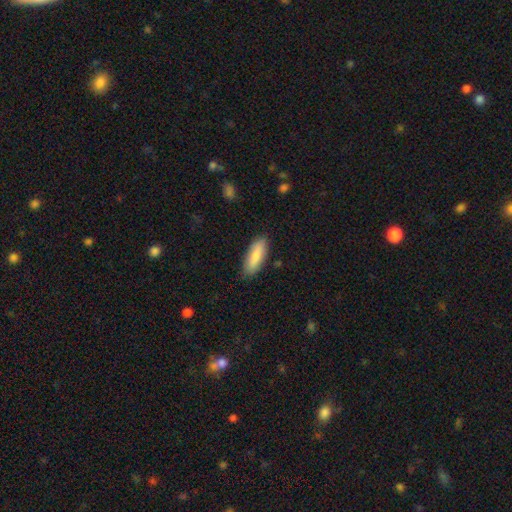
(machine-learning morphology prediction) smooth 83%, featured or disk 12%, star or artifact 6%. Down the decision tree: how rounded — in between (62%); merging — none (85%).